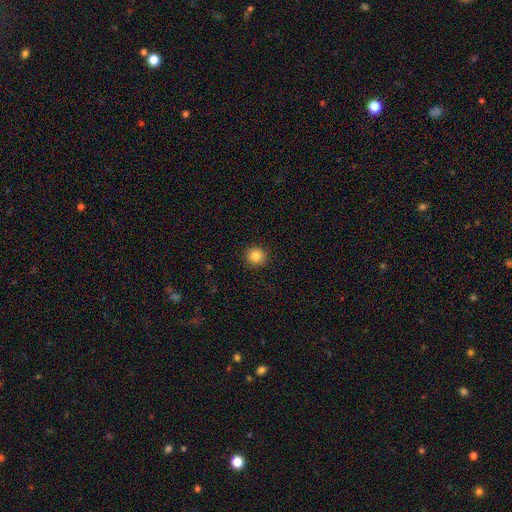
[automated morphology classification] smooth 85%, star or artifact 10%, featured or disk 5%. Down the decision tree: how rounded — round (92%); merging — none (92%).